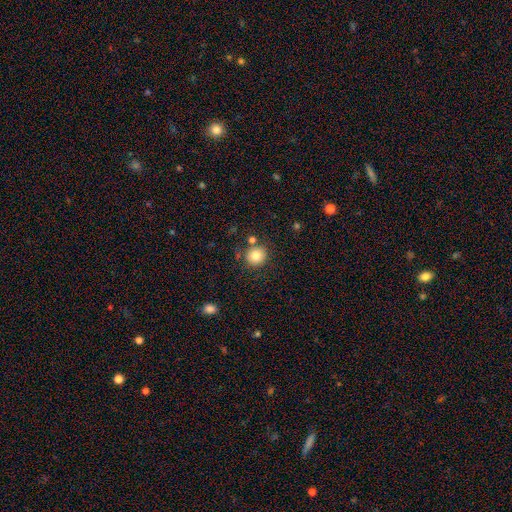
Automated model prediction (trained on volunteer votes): The model was most divided on "merging": none: 79%, minor disturbance: 10%, merger: 8%, major disturbance: 3%. More confident: how rounded — round (89%); smooth or featured — smooth (81%).